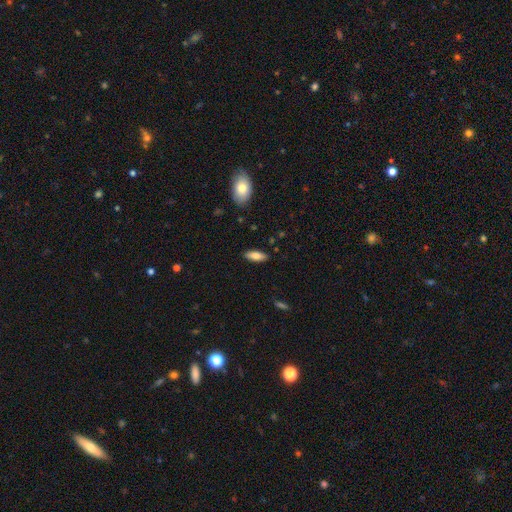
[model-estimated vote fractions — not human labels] A smooth galaxy with no disk features (78%) that is in between round and cigar-shaped (75%).

Vote fractions:
- Smooth or featured? smooth: 78% / featured or disk: 16% / star or artifact: 7%
- How rounded? in between: 75% / cigar-shaped: 23% / round: 2%
- Merging? none: 87% / minor disturbance: 9% / major disturbance: 2% / merger: 1%